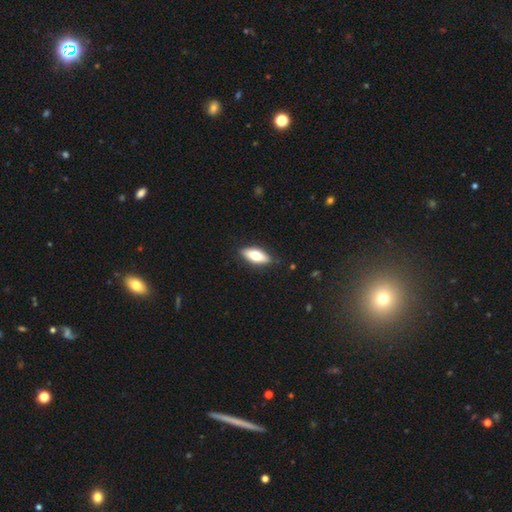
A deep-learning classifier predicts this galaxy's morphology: Q: Smooth or featured?
A: smooth (71%); runner-up: featured or disk (23%)
Q: How rounded?
A: in between (77%); runner-up: cigar-shaped (20%)
Q: Merging?
A: none (87%); runner-up: minor disturbance (10%)